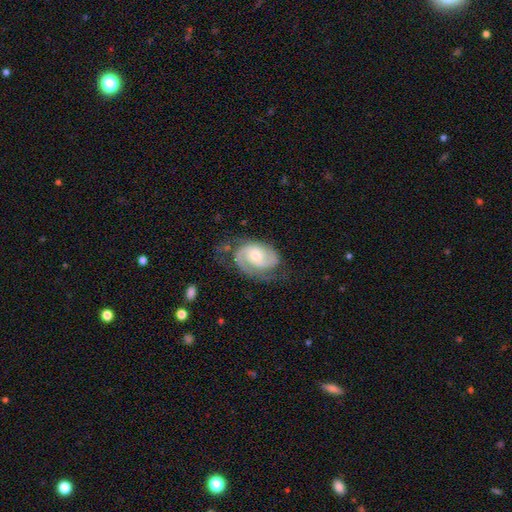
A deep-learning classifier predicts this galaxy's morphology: This is clearly a featured or disk galaxy (82%). It is clearly not viewed edge-on (97%). Bar: possibly no (59%). Spiral arm pattern: clearly yes (96%). Spiral arm count: likely 2 (74%). Spiral winding: possibly tight (45%). Central bulge: possibly moderate (53%). Merging: possibly none (58%).